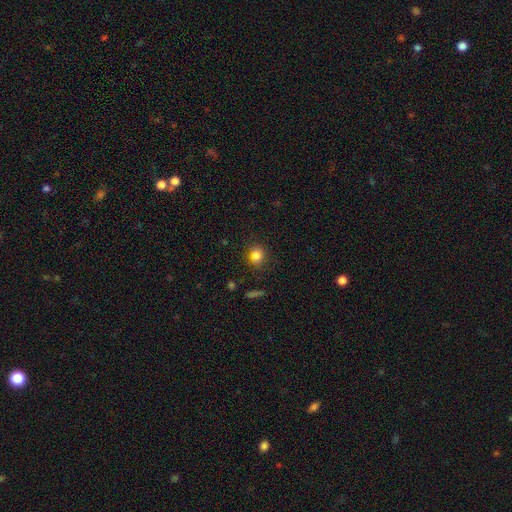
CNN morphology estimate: Smooth or featured? smooth (82%)
How rounded? round (72%)
Merging? none (85%)